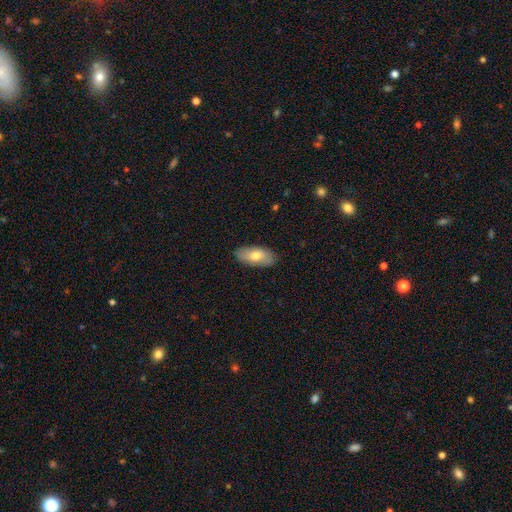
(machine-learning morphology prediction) smooth 73%, featured or disk 21%, star or artifact 6%. Down the decision tree: how rounded — in between (89%); merging — none (86%).